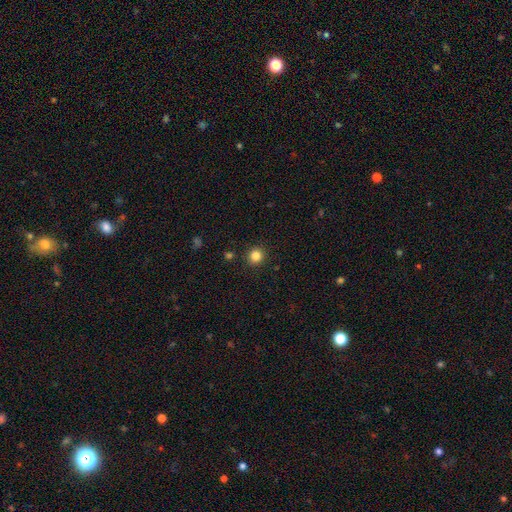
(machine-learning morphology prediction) smooth-or-featured: smooth: 83% | star or artifact: 12% | featured or disk: 4%
  how-rounded: round: 89% | in between: 10% | cigar-shaped: 1%
  merging: none: 91% | minor disturbance: 5% | major disturbance: 2% | merger: 2%